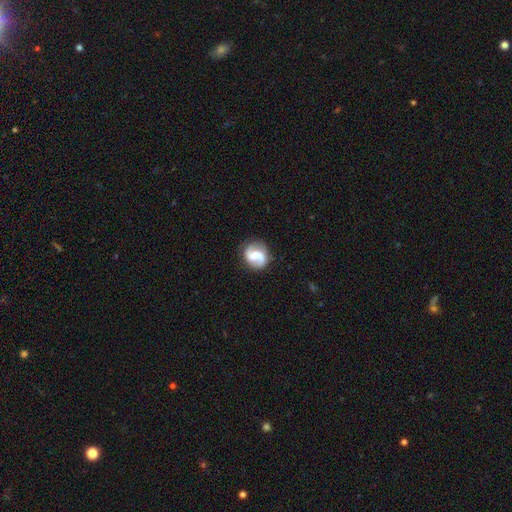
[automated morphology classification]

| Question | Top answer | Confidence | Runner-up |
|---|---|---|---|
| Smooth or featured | featured or disk | 76% | smooth (18%) |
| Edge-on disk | no | 98% | yes (2%) |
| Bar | weak | 48% | no (28%) |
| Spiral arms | yes | 94% | no (6%) |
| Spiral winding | medium | 42% | loose (41%) |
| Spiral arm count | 2 | 83% | 1 (10%) |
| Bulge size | moderate | 49% | small (25%) |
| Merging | none | 79% | minor disturbance (14%) |